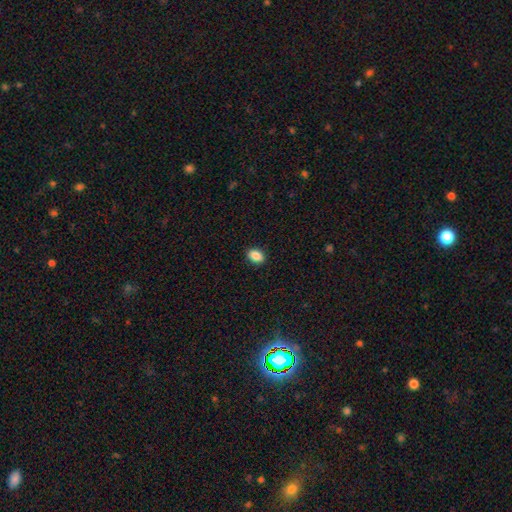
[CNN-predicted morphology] Q: Smooth or featured?
A: smooth (89%); runner-up: star or artifact (8%)
Q: How rounded?
A: in between (82%); runner-up: round (16%)
Q: Merging?
A: none (91%); runner-up: minor disturbance (7%)